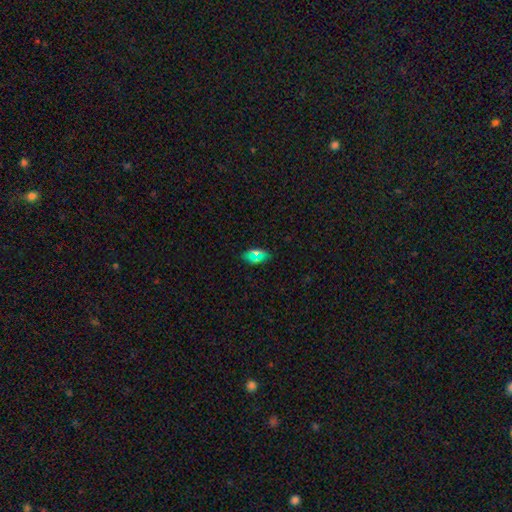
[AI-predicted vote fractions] Q: Smooth or featured?
A: smooth (64%); runner-up: star or artifact (21%)
Q: How rounded?
A: in between (88%); runner-up: round (7%)
Q: Merging?
A: none (83%); runner-up: minor disturbance (11%)